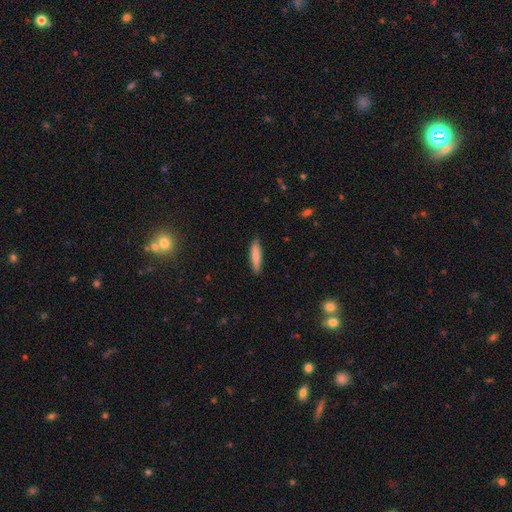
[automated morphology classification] Smooth or featured?
  - smooth: 80% *
  - featured or disk: 15%
  - star or artifact: 6%
How rounded?
  - cigar-shaped: 82% *
  - in between: 16%
  - round: 1%
Merging?
  - none: 89% *
  - minor disturbance: 8%
  - major disturbance: 2%
  - merger: 1%